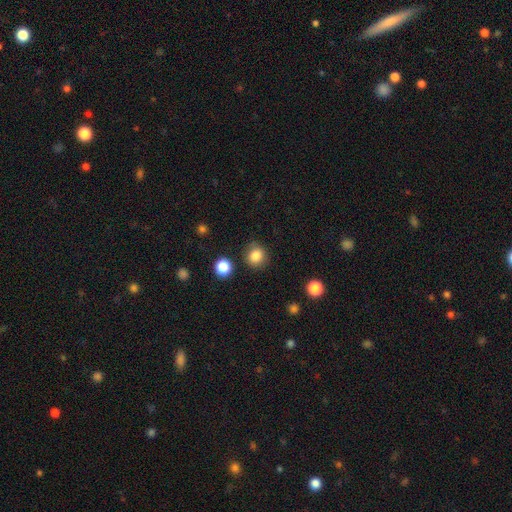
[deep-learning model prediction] smooth_or_featured: smooth (p=0.84) [alt: star or artifact p=0.11]
how_rounded: round (p=0.85) [alt: in between p=0.14]
merging: none (p=0.83) [alt: minor disturbance p=0.11]